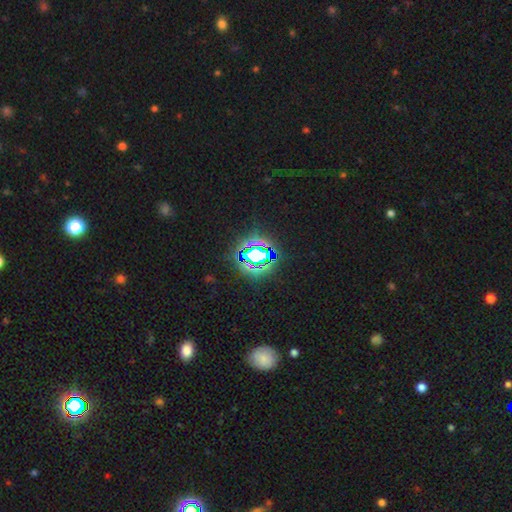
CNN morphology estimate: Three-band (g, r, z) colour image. It shows a star or artifact, not a galaxy (73%).